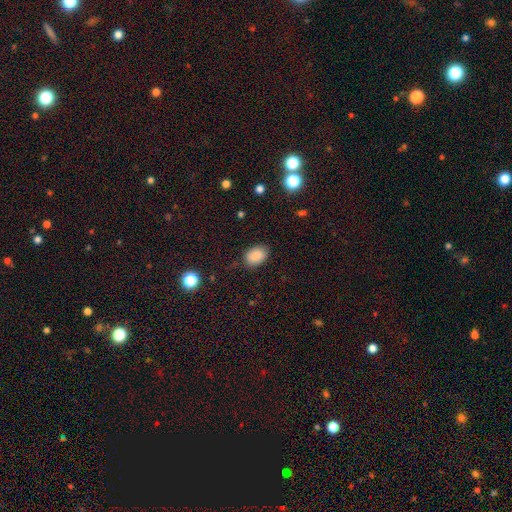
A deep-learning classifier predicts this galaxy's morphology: smooth-or-featured: smooth: 87% | star or artifact: 9% | featured or disk: 4%
  how-rounded: in between: 81% | round: 18% | cigar-shaped: 1%
  merging: none: 80% | minor disturbance: 15% | major disturbance: 4% | merger: 1%